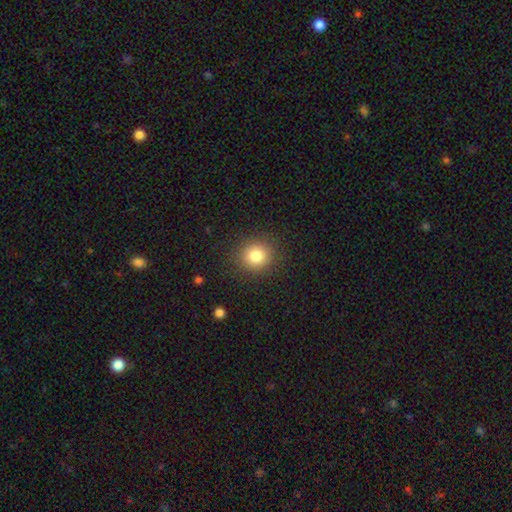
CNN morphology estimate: Smooth or featured? Predicted: smooth (p=0.82). How rounded? Predicted: round (p=0.87). Merging? Predicted: none (p=0.89).